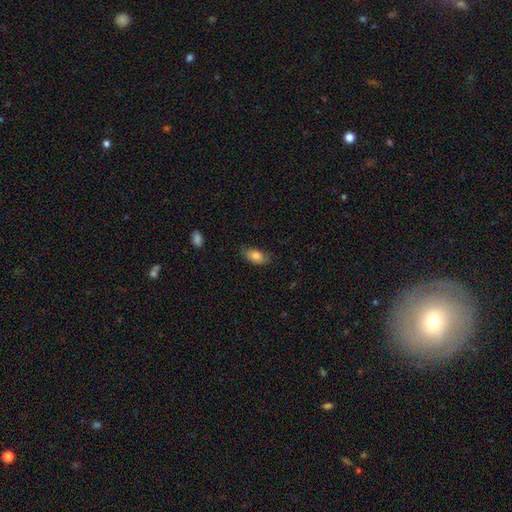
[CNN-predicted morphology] The model was most divided on "merging": none: 69%, minor disturbance: 24%, major disturbance: 5%, merger: 1%. More confident: how rounded — in between (91%); smooth or featured — smooth (81%).